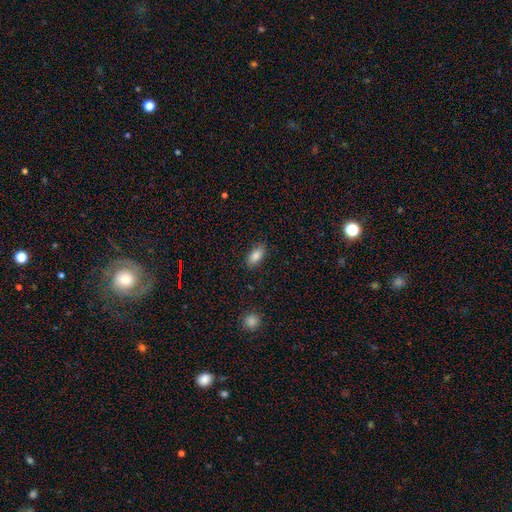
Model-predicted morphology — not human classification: smooth-or-featured: smooth: 85% | star or artifact: 8% | featured or disk: 7%
  how-rounded: in between: 90% | cigar-shaped: 6% | round: 4%
  merging: none: 84% | minor disturbance: 11% | major disturbance: 3% | merger: 1%